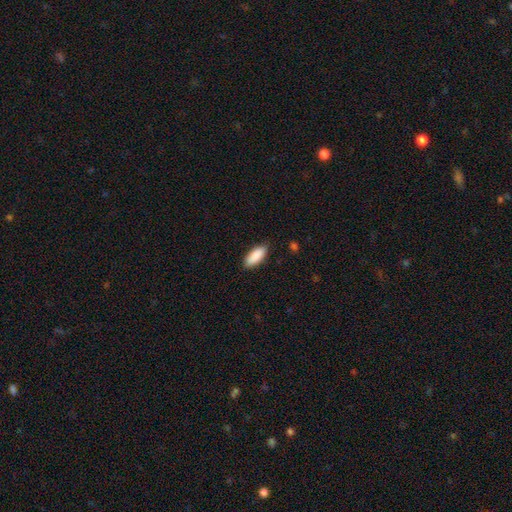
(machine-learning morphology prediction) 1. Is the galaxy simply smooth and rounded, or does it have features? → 90% smooth, 6% star or artifact, 5% featured or disk.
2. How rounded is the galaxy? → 79% in between, 20% cigar-shaped, 2% round.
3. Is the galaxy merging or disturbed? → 86% none, 11% minor disturbance, 2% major disturbance, 1% merger.